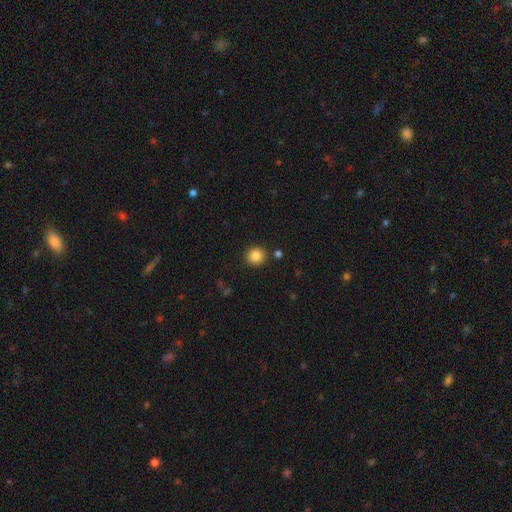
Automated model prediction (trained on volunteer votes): smooth-or-featured: smooth: 85% | star or artifact: 11% | featured or disk: 4%
  how-rounded: round: 93% | in between: 6% | cigar-shaped: 1%
  merging: none: 89% | minor disturbance: 6% | merger: 3% | major disturbance: 2%